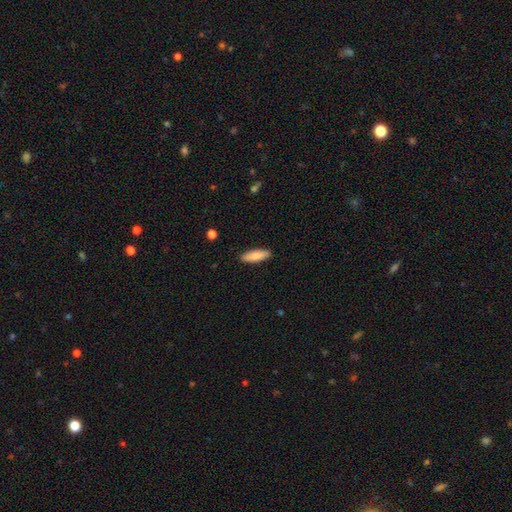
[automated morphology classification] type=smooth (83%); roundness=in between (53%); merging=none (89%).